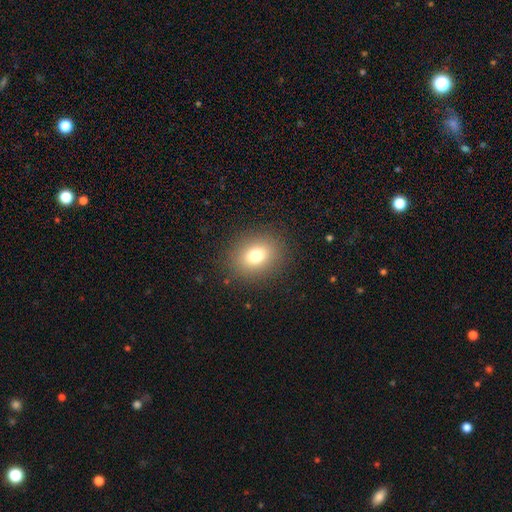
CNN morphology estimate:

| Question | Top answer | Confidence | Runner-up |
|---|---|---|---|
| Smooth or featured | smooth | 76% | star or artifact (13%) |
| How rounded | round | 52% | in between (47%) |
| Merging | none | 87% | minor disturbance (8%) |